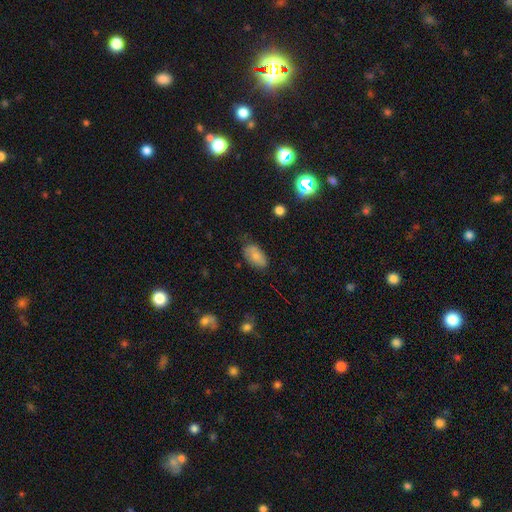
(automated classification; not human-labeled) Smooth or featured? Predicted: smooth (p=0.77). How rounded? Predicted: in between (p=0.93). Merging? Predicted: none (p=0.67).